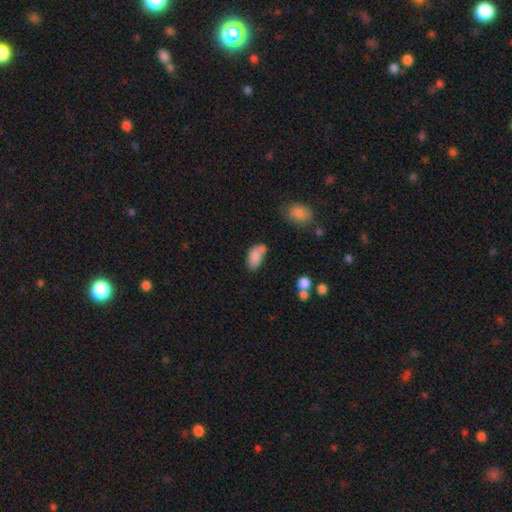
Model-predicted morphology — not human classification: This is clearly a smooth galaxy (83%). How rounded: clearly in between (92%). Merging: possibly none (48%).